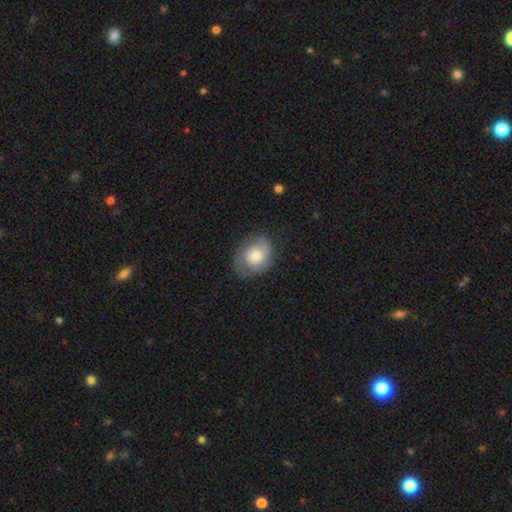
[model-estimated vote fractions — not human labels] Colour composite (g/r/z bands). It shows a smooth galaxy with no disk features (49%). Merging: none (71%).